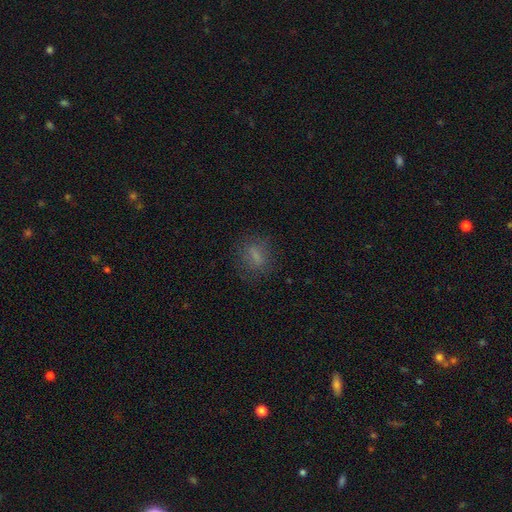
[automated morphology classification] smooth-or-featured: smooth: 67% | featured or disk: 19% | star or artifact: 14%
  how-rounded: in between: 51% | round: 36% | cigar-shaped: 13%
  merging: none: 77% | minor disturbance: 14% | major disturbance: 8% | merger: 2%